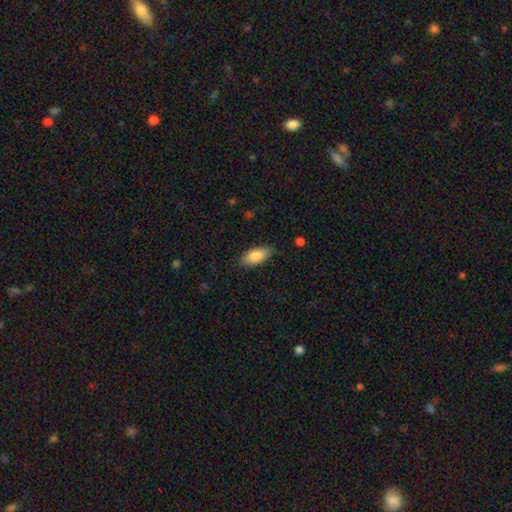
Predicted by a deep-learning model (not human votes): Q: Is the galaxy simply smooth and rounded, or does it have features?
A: smooth — 82%.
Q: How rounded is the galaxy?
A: in between — 87%.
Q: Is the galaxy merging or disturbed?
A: none — 85%.